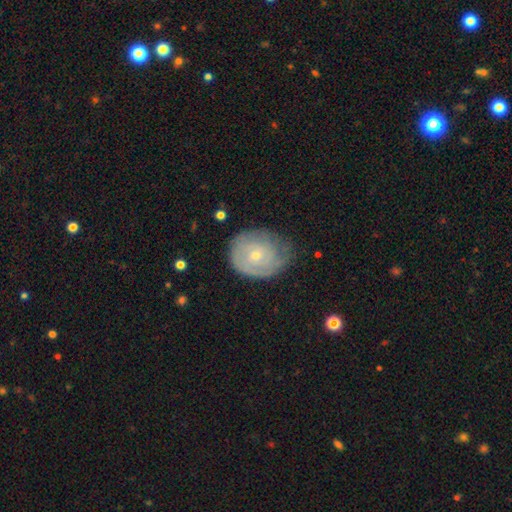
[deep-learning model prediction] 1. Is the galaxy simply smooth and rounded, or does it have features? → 61% featured or disk, 32% smooth, 7% star or artifact.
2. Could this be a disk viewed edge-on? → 97% no, 3% yes.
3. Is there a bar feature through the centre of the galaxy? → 80% no, 18% weak, 2% strong.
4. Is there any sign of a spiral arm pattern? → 81% yes, 19% no.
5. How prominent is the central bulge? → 68% small, 28% moderate, 2% none, 1% large, 1% dominant.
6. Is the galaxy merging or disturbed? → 61% none, 28% minor disturbance, 10% major disturbance, 1% merger.